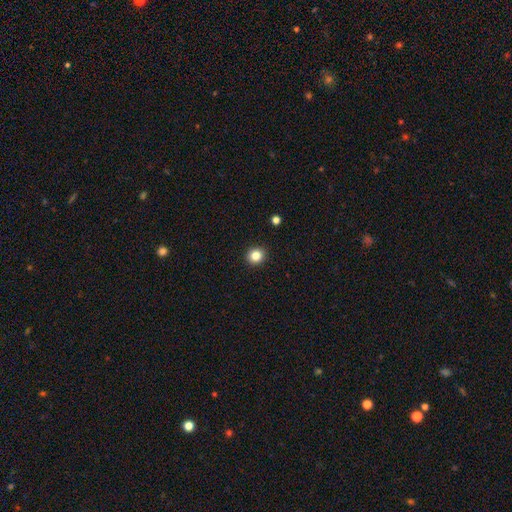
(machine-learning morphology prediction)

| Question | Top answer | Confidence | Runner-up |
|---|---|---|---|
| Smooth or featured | smooth | 84% | star or artifact (12%) |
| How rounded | round | 89% | in between (10%) |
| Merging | none | 93% | minor disturbance (5%) |